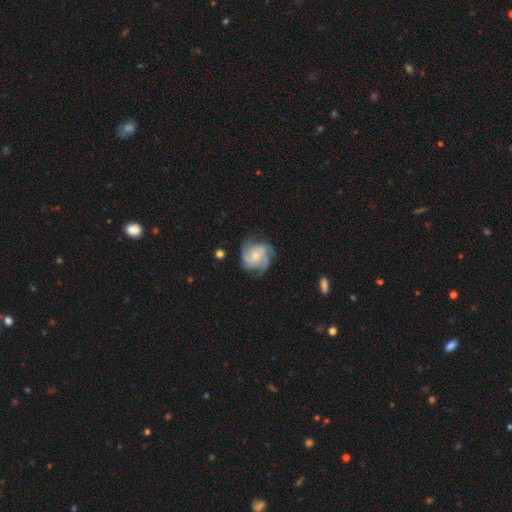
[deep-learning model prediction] This appears to be a featured or disk galaxy (85%) with no bar (71%), 3 (44%) tight (46%) spiral arms (97%) and a small central bulge (57%). Merging: none (75%).